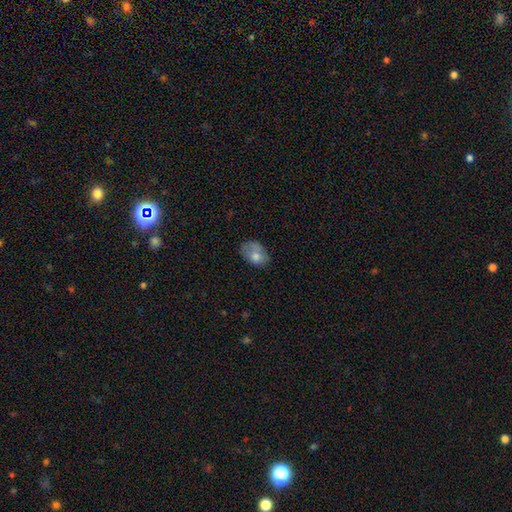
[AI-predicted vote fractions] smooth-or-featured: smooth: 70% | featured or disk: 22% | star or artifact: 9%
  how-rounded: in between: 80% | round: 19% | cigar-shaped: 1%
  merging: none: 45% | minor disturbance: 36% | major disturbance: 16% | merger: 3%